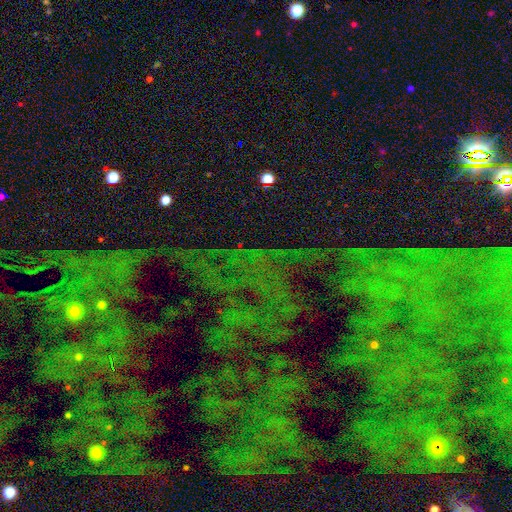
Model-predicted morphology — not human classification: A star or artifact, not a galaxy (80%).

Vote fractions:
- Smooth or featured? star or artifact: 80% / featured or disk: 11% / smooth: 10%